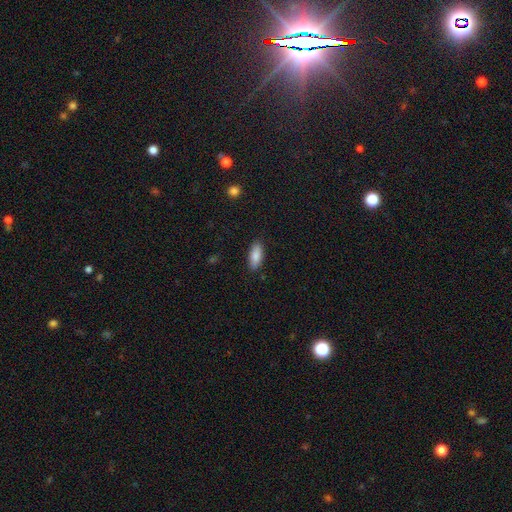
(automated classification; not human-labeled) A smooth galaxy with no disk features (84%) that is in between round and cigar-shaped (80%).

Vote fractions:
- Smooth or featured? smooth: 84% / featured or disk: 9% / star or artifact: 6%
- How rounded? in between: 80% / cigar-shaped: 18% / round: 2%
- Merging? none: 88% / minor disturbance: 9% / major disturbance: 2% / merger: 1%